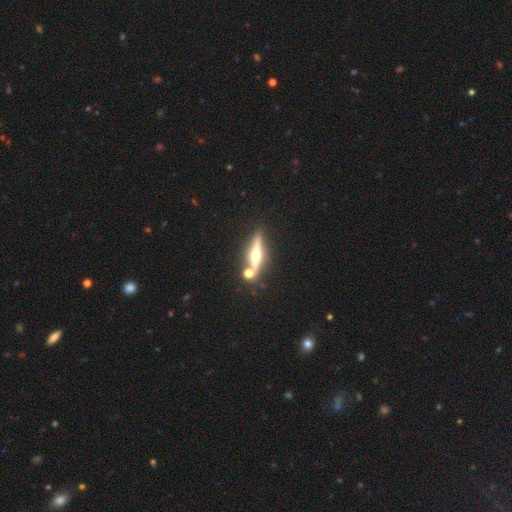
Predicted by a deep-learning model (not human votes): A featured or disk galaxy (70%) viewed edge-on (95%) with a rounded central bulge (95%).

Vote fractions:
- Smooth or featured? featured or disk: 70% / smooth: 22% / star or artifact: 8%
- Edge-on disk? yes: 95% / no: 5%
- Edge-on bulge? rounded: 95% / none: 2% / boxy: 2%
- Merging? none: 74% / merger: 14% / minor disturbance: 9% / major disturbance: 3%